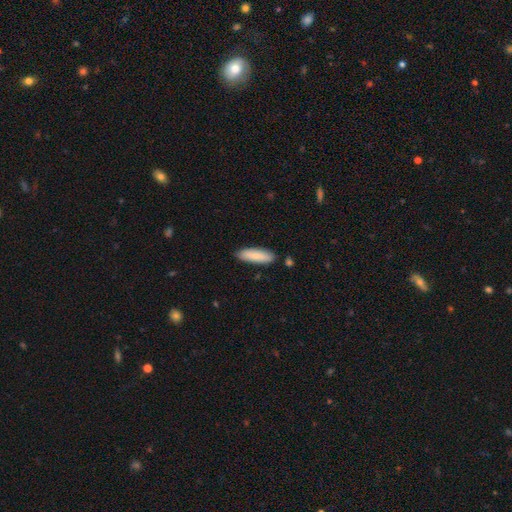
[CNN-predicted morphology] Smooth or featured? Predicted: smooth (p=0.84). How rounded? Predicted: cigar-shaped (p=0.51). Merging? Predicted: none (p=0.85).